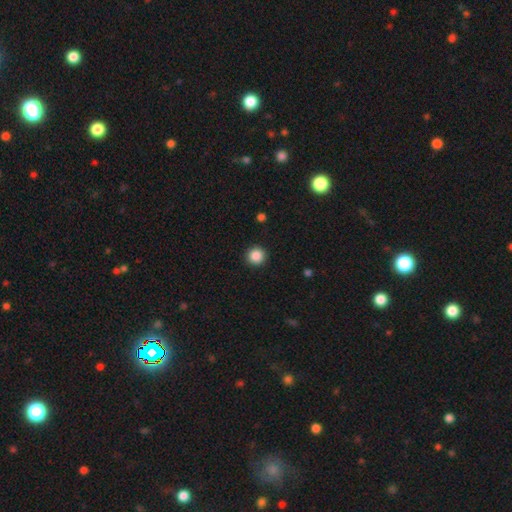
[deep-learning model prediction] smooth 87%, star or artifact 10%, featured or disk 3%. Down the decision tree: how rounded — round (95%); merging — none (92%).